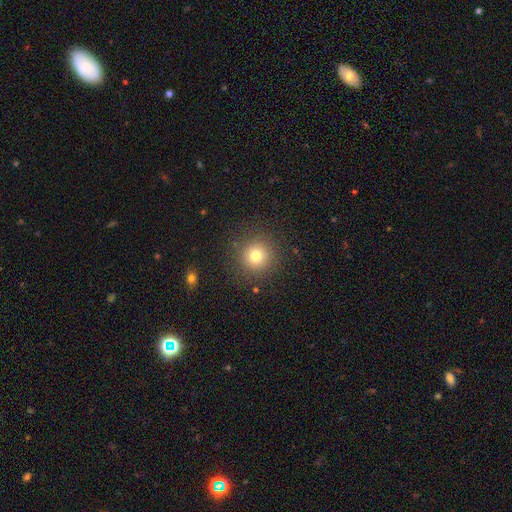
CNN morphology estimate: This is likely a smooth galaxy (76%). How rounded: clearly round (95%). Merging: clearly none (89%).